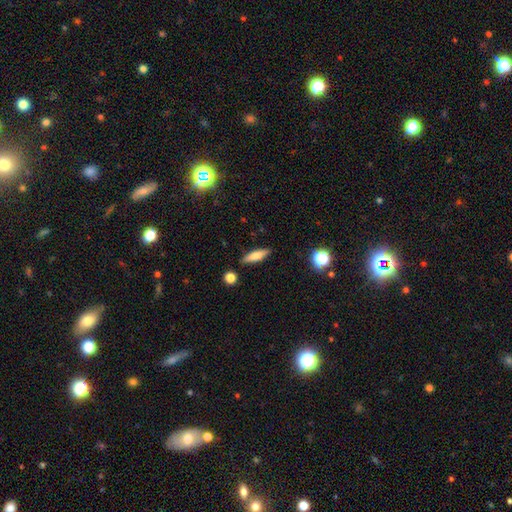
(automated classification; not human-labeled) smooth_or_featured: smooth (p=0.70) [alt: featured or disk p=0.22]
how_rounded: cigar-shaped (p=0.65) [alt: in between p=0.32]
merging: none (p=0.87) [alt: minor disturbance p=0.09]